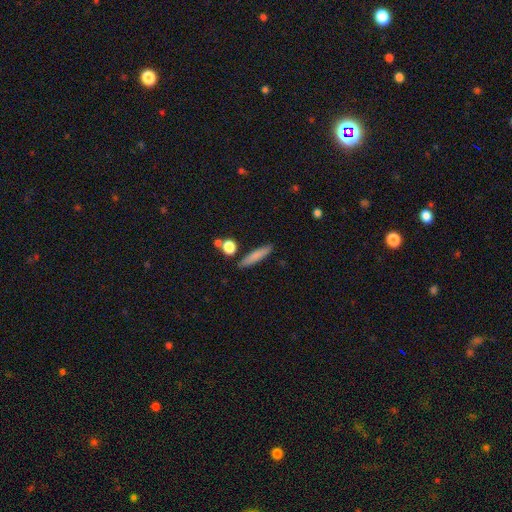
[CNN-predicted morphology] Smooth or featured: smooth — 77% (featured or disk — 15%)
How rounded: cigar-shaped — 84% (in between — 13%)
Merging: none — 83% (minor disturbance — 9%)